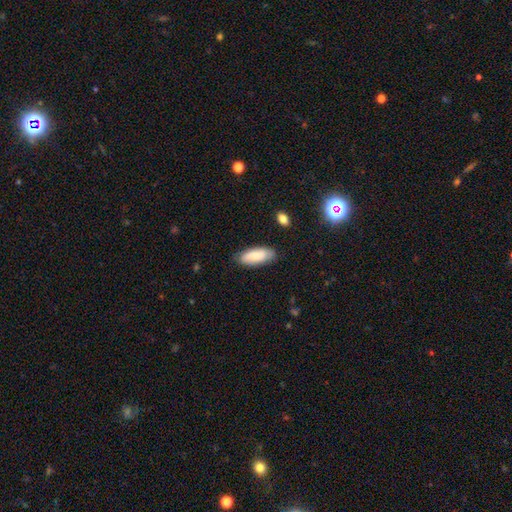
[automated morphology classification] Smooth or featured? Predicted: smooth (p=0.77). How rounded? Predicted: in between (p=0.81). Merging? Predicted: none (p=0.80).